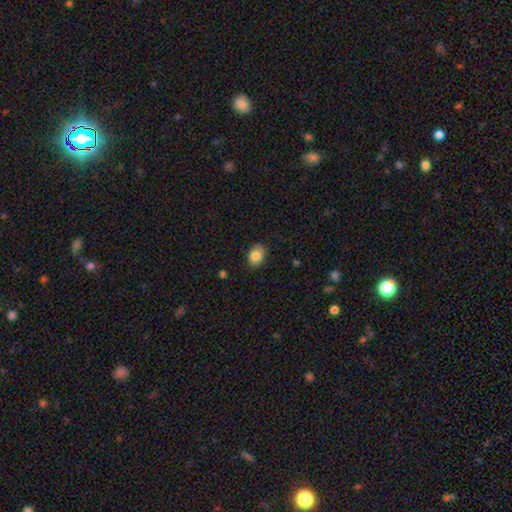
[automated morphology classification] type=smooth (83%); roundness=in between (74%); merging=none (86%).